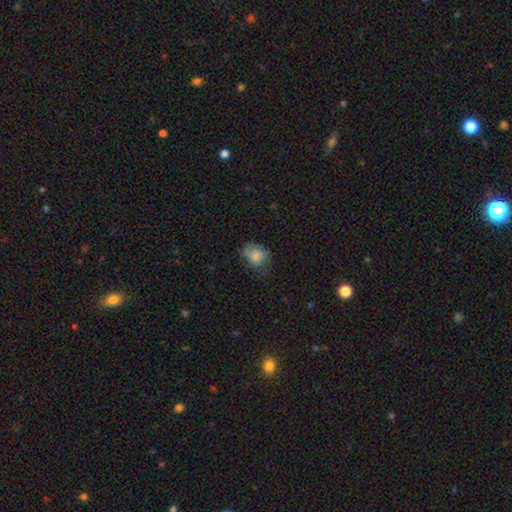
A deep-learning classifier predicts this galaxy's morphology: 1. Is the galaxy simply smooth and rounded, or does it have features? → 78% smooth, 12% featured or disk, 10% star or artifact.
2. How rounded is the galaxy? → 50% round, 49% in between, 1% cigar-shaped.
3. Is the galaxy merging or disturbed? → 52% none, 30% minor disturbance, 15% major disturbance, 2% merger.